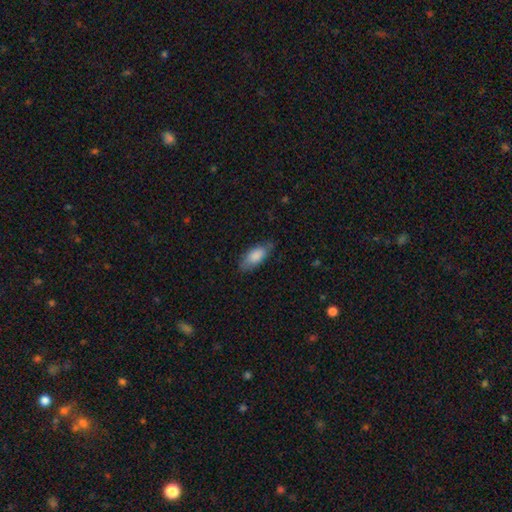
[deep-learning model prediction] A smooth galaxy with no disk features (84%) that is in between round and cigar-shaped (85%). Merging: none (71%).